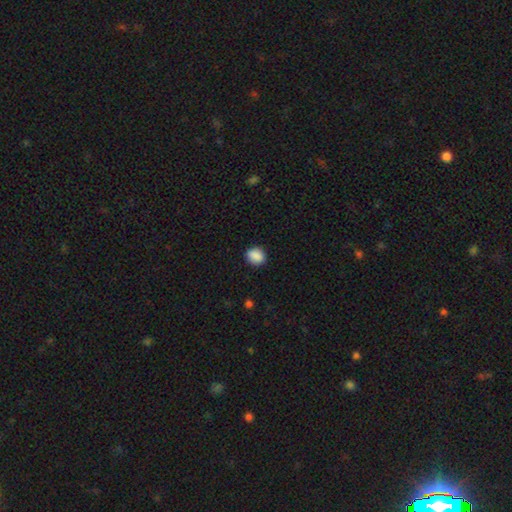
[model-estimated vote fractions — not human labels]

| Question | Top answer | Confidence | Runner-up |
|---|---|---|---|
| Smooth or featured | smooth | 88% | star or artifact (8%) |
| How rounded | round | 51% | in between (48%) |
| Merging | none | 87% | minor disturbance (10%) |